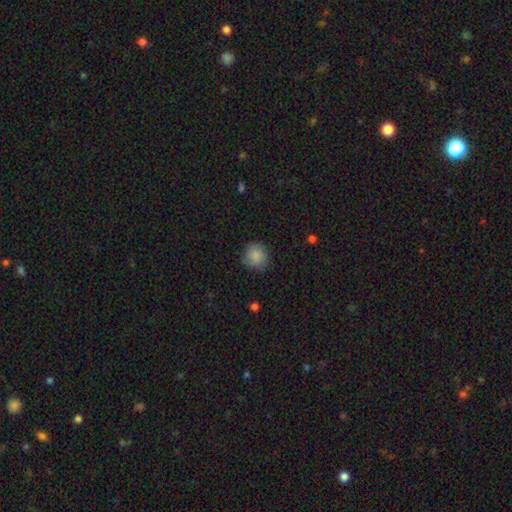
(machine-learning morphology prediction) The model was most divided on "merging": none: 84%, minor disturbance: 12%, major disturbance: 3%, merger: 1%. More confident: how rounded — round (89%); smooth or featured — smooth (87%).